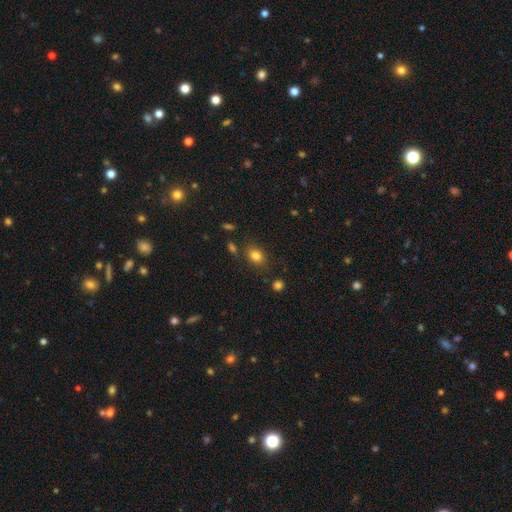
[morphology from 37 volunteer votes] Volunteers were most divided on "how rounded": in between: 72%, round: 25%, cigar-shaped: 3%. More confident: smooth or featured — smooth (86%); merging — none (74%).